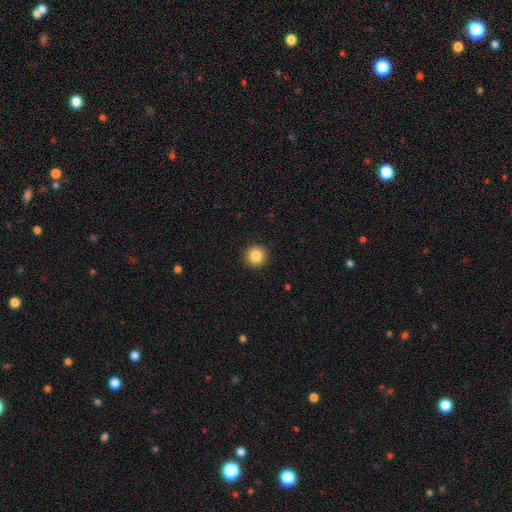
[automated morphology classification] Q: Smooth or featured?
A: smooth (86%); runner-up: star or artifact (10%)
Q: How rounded?
A: round (94%); runner-up: in between (5%)
Q: Merging?
A: none (93%); runner-up: minor disturbance (5%)